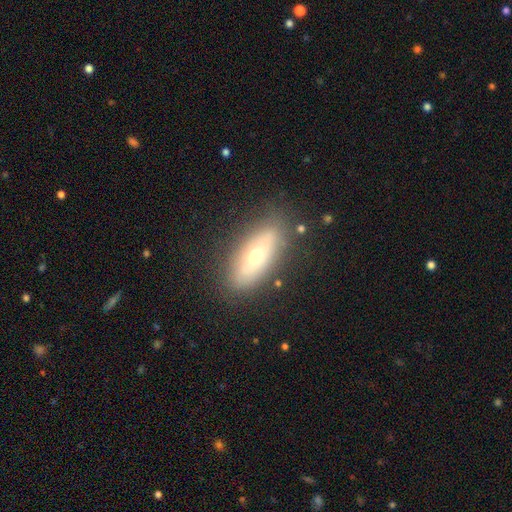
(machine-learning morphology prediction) smooth-or-featured: smooth: 52% | featured or disk: 39% | star or artifact: 8%
  how-rounded: in between: 66% | cigar-shaped: 30% | round: 4%
  merging: none: 83% | minor disturbance: 12% | major disturbance: 4% | merger: 2%